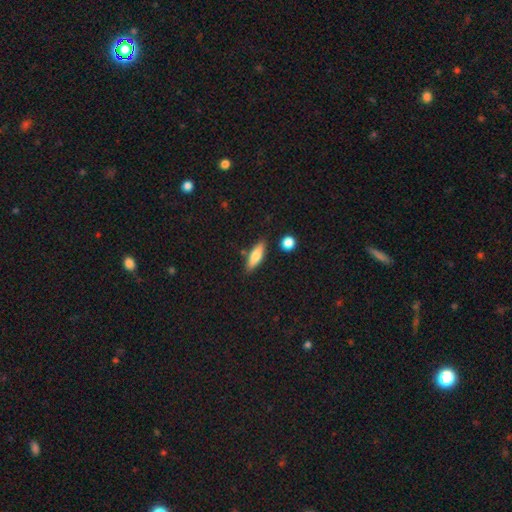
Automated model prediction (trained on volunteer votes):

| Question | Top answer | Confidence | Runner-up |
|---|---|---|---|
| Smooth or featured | smooth | 72% | featured or disk (22%) |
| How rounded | cigar-shaped | 51% | in between (47%) |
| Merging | none | 82% | minor disturbance (11%) |